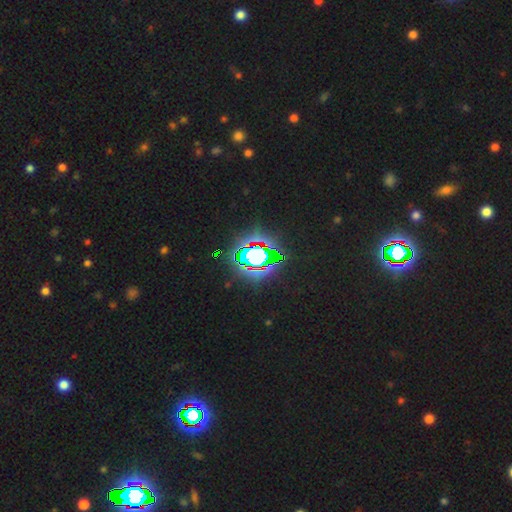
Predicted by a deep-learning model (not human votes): This is likely a star or artifact rather than a galaxy (71%).